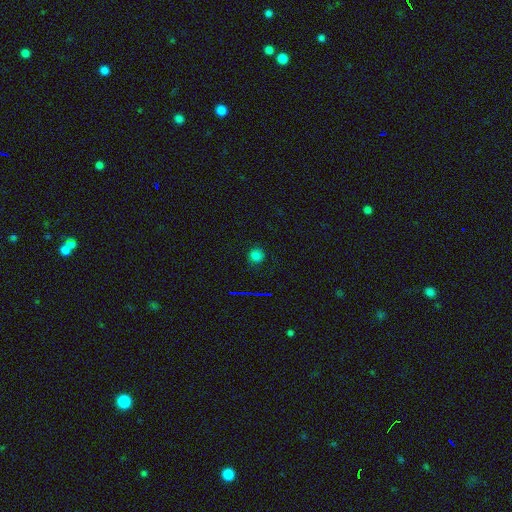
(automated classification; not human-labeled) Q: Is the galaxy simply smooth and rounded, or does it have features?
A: smooth — 75%.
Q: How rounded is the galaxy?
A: round — 91%.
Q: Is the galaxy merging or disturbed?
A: none — 86%.